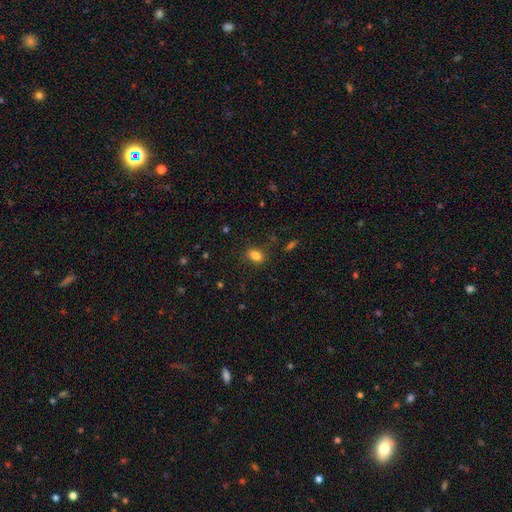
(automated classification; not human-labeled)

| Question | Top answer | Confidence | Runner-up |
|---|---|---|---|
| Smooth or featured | smooth | 83% | star or artifact (11%) |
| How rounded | in between | 79% | round (19%) |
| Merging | none | 83% | minor disturbance (12%) |